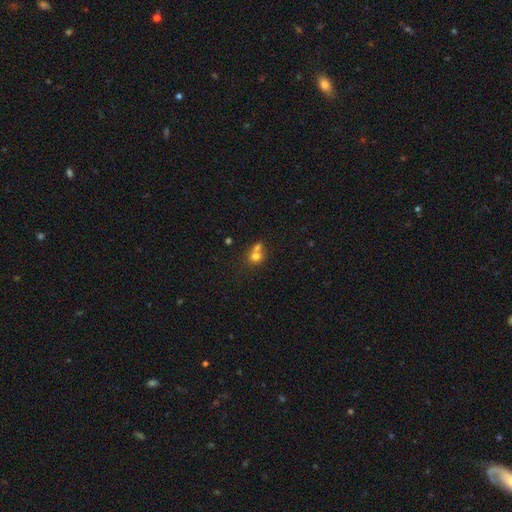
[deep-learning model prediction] Smooth or featured: smooth — 73% (featured or disk — 14%)
How rounded: round — 73% (in between — 26%)
Merging: merger — 57% (none — 32%)